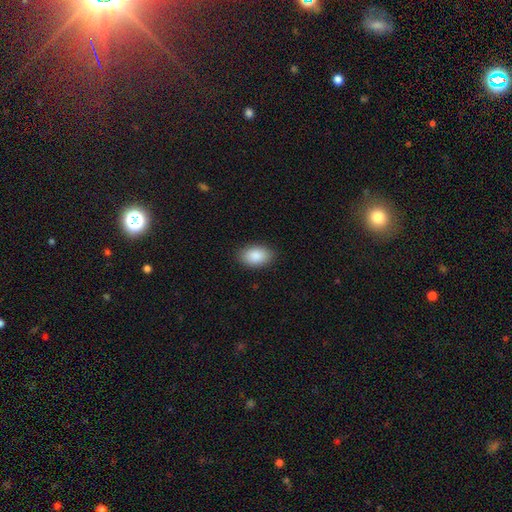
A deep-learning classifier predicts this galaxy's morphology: A smooth galaxy with no disk features (89%) that is in between round and cigar-shaped (90%).

Vote fractions:
- Smooth or featured? smooth: 89% / star or artifact: 6% / featured or disk: 5%
- How rounded? in between: 90% / round: 8% / cigar-shaped: 1%
- Merging? none: 88% / minor disturbance: 9% / major disturbance: 2% / merger: 1%